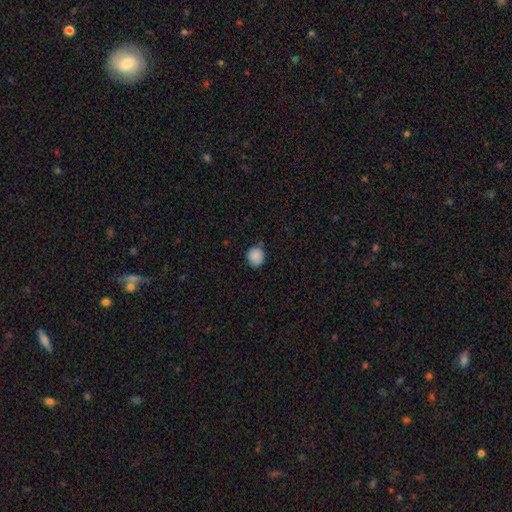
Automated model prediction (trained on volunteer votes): Q: Smooth or featured?
A: smooth (87%); runner-up: star or artifact (9%)
Q: How rounded?
A: round (86%); runner-up: in between (13%)
Q: Merging?
A: none (69%); runner-up: minor disturbance (25%)